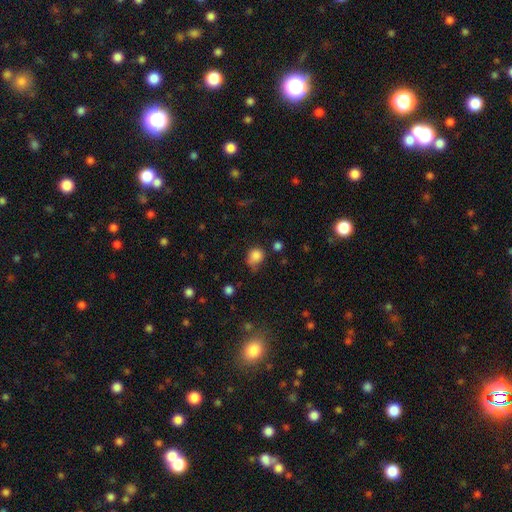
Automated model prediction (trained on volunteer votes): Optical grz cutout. It shows a smooth galaxy with no disk features (84%) that is round (75%). Merging: none (53%).